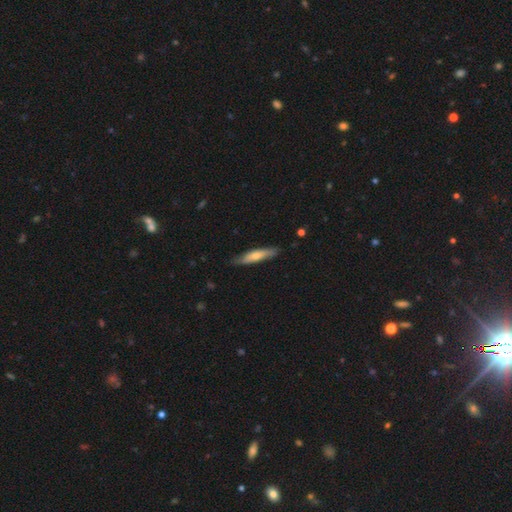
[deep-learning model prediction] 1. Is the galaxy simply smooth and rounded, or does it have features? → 60% smooth, 35% featured or disk, 5% star or artifact.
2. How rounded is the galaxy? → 83% cigar-shaped, 15% in between, 2% round.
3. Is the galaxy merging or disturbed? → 81% none, 15% minor disturbance, 2% major disturbance, 1% merger.